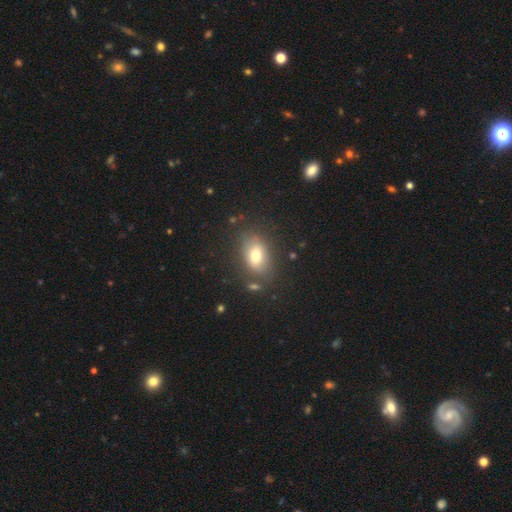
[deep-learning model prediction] Smooth or featured? smooth (72%)
How rounded? in between (82%)
Merging? none (75%)